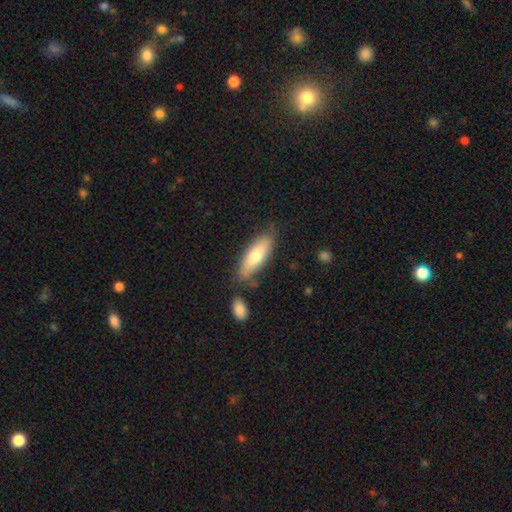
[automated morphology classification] A smooth galaxy with no disk features (70%) that is in between round and cigar-shaped (57%).

Vote fractions:
- Smooth or featured? smooth: 70% / featured or disk: 24% / star or artifact: 6%
- How rounded? in between: 57% / cigar-shaped: 41% / round: 2%
- Merging? none: 71% / minor disturbance: 17% / merger: 8% / major disturbance: 4%